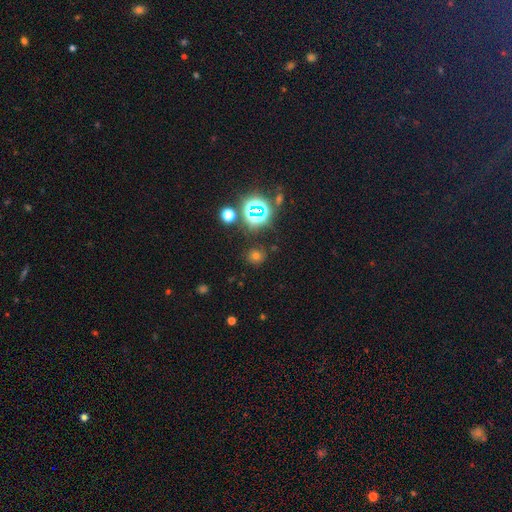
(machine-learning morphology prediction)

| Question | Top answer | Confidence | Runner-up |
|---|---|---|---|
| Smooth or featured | smooth | 59% | star or artifact (33%) |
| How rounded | round | 85% | in between (13%) |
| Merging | none | 84% | minor disturbance (9%) |